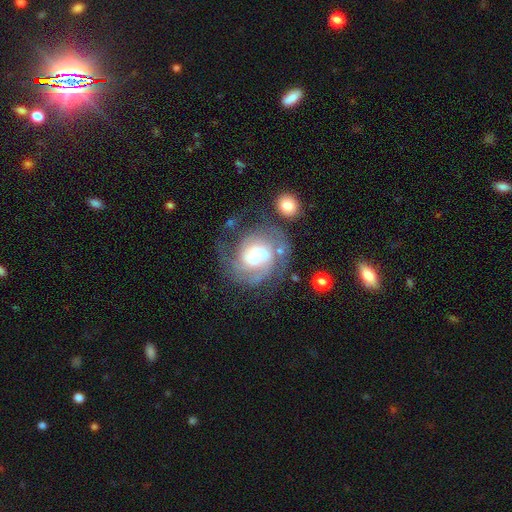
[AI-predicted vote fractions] Q: Smooth or featured?
A: featured or disk (79%); runner-up: smooth (14%)
Q: Edge-on disk?
A: no (98%); runner-up: yes (2%)
Q: Bar?
A: no (57%); runner-up: weak (35%)
Q: Spiral arms?
A: yes (91%); runner-up: no (9%)
Q: Spiral winding?
A: tight (46%); runner-up: medium (39%)
Q: Spiral arm count?
A: 2 (48%); runner-up: can't tell (22%)
Q: Bulge size?
A: large (34%); runner-up: moderate (31%)
Q: Merging?
A: none (46%); runner-up: major disturbance (26%)